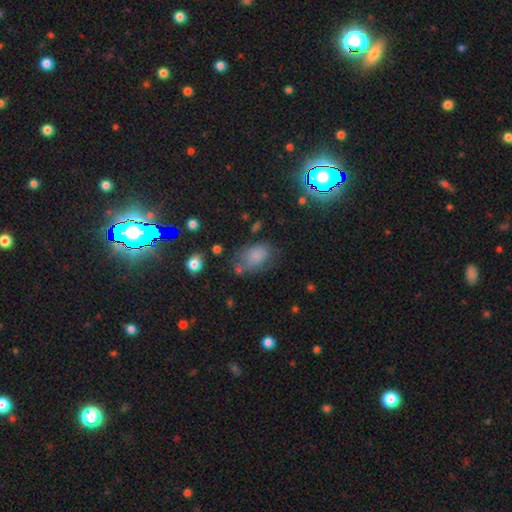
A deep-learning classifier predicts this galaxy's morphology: type=smooth (75%); roundness=in between (85%); merging=none (51%).